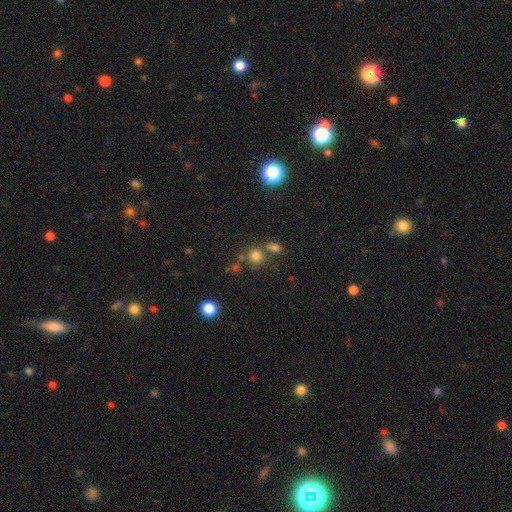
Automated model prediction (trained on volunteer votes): Smooth or featured? smooth (74%)
How rounded? round (83%)
Merging? none (59%)